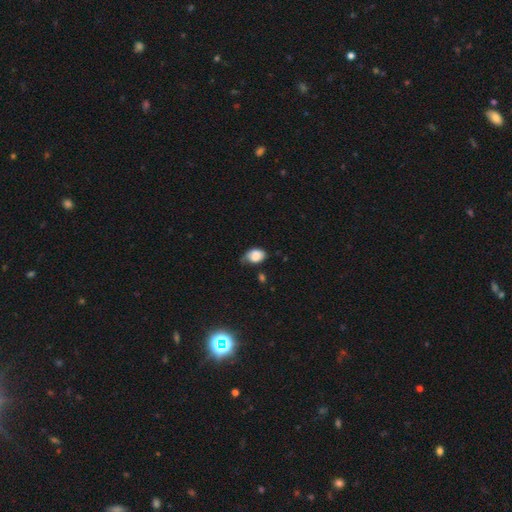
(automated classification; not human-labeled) This is clearly a smooth galaxy (81%). How rounded: likely in between (75%). Merging: marginally minor disturbance (44%).